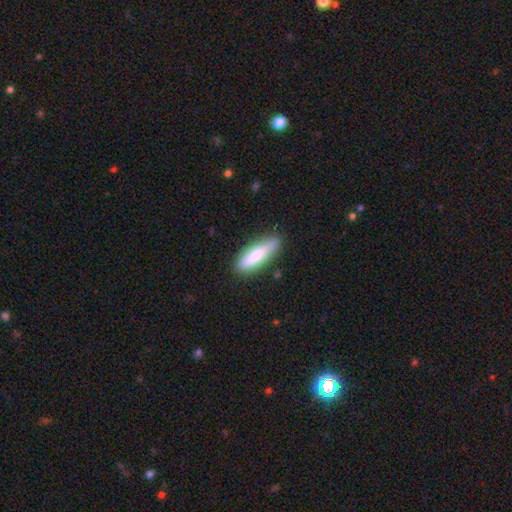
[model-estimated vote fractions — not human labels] The model was most divided on "how rounded": cigar-shaped: 66%, in between: 33%, round: 2%. More confident: merging — none (81%); smooth or featured — smooth (73%).